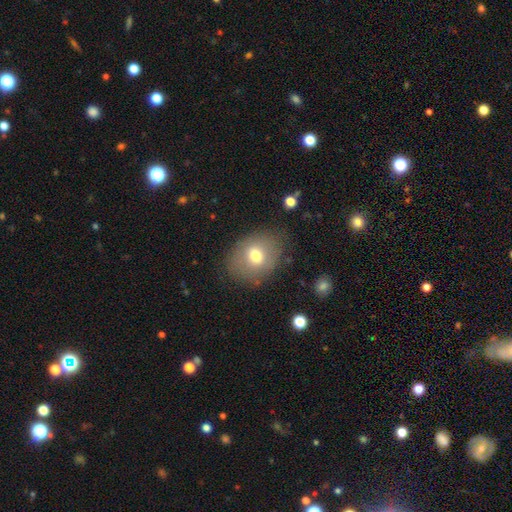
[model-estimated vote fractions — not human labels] Overall: smooth (69%). How rounded: in between (53%; round 46%). Merging: none (76%).